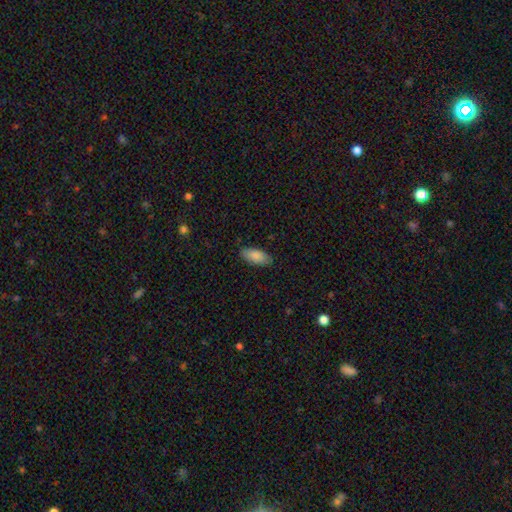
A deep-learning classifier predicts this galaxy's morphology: A smooth galaxy with no disk features (87%) that is in between round and cigar-shaped (90%). Merging: none (85%).